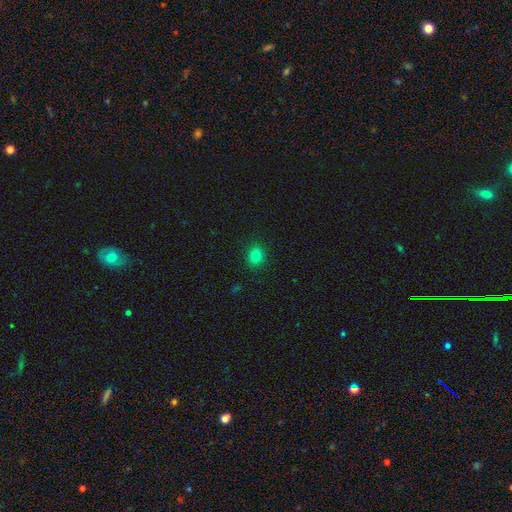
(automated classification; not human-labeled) smooth 81%, star or artifact 14%, featured or disk 6%. Down the decision tree: how rounded — round (62%); merging — none (90%).